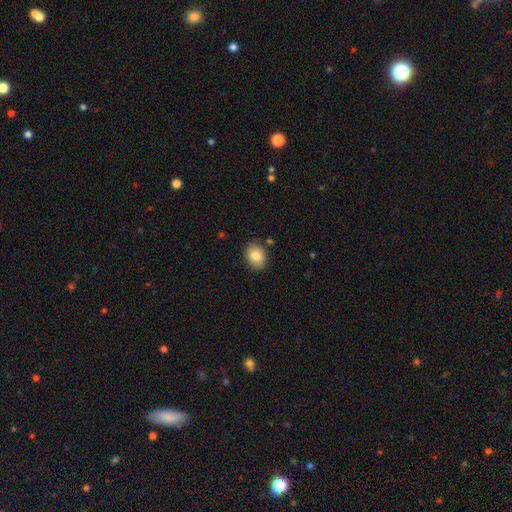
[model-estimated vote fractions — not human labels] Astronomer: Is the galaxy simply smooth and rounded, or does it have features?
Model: smooth — 84%.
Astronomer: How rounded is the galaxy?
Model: in between — 55% (runner-up: round, 44%).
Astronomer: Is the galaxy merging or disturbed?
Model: none — 85%.